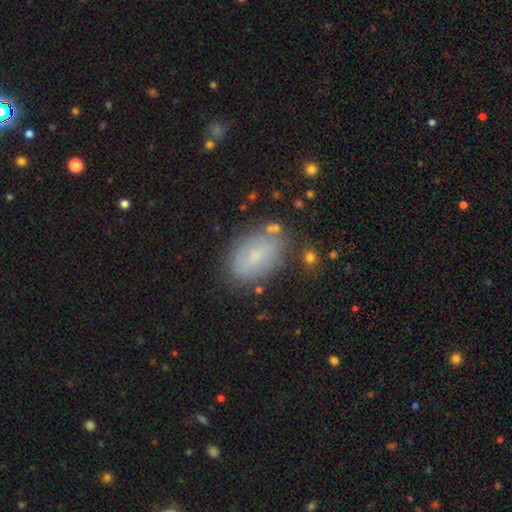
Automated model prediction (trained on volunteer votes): This is possibly a smooth galaxy (58%). How rounded: clearly in between (89%). Merging: likely none (71%).